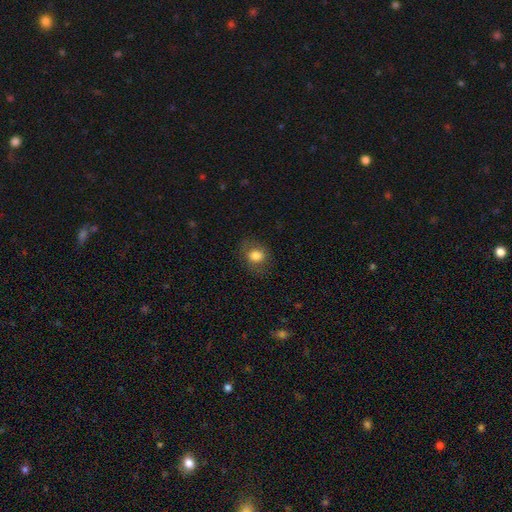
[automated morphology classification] The model was most divided on "how rounded": round: 58%, in between: 41%, cigar-shaped: 1%. More confident: smooth or featured — smooth (79%); merging — none (79%).